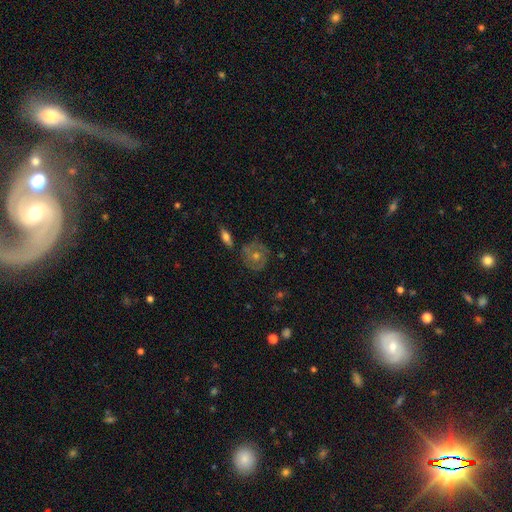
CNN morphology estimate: A featured or disk galaxy (59%) with no bar (83%), spiral arms (66%) and a moderate central bulge (60%).

Vote fractions:
- Smooth or featured? featured or disk: 59% / smooth: 28% / star or artifact: 13%
- Edge-on disk? no: 94% / yes: 6%
- Bar? no: 83% / weak: 14% / strong: 3%
- Spiral arms? yes: 66% / no: 34%
- Bulge size? moderate: 60% / small: 34% / large: 3% / none: 2% / dominant: 1%
- Merging? none: 77% / minor disturbance: 13% / merger: 6% / major disturbance: 4%